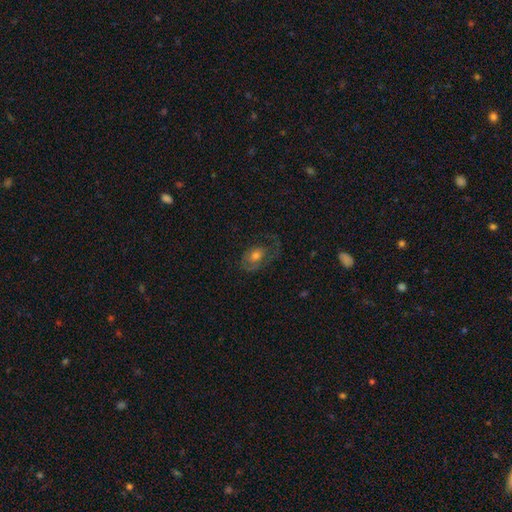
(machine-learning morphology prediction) A featured or disk galaxy (50%).

Vote fractions:
- Smooth or featured? featured or disk: 50% / smooth: 39% / star or artifact: 11%
- Merging? none: 48% / major disturbance: 30% / minor disturbance: 20% / merger: 2%